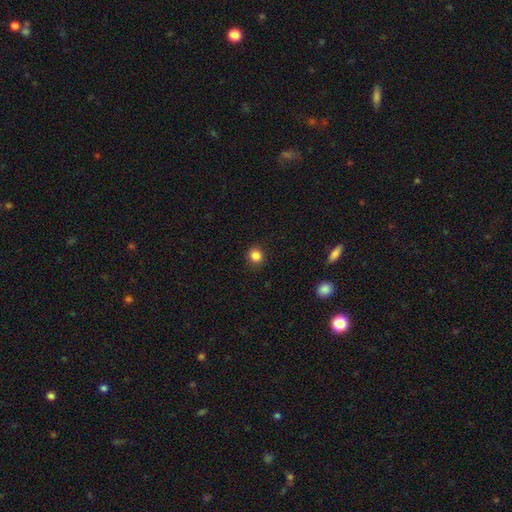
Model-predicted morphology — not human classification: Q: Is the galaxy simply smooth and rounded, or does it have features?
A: smooth — 85%.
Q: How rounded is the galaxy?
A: round — 90%.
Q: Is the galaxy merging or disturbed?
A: none — 91%.